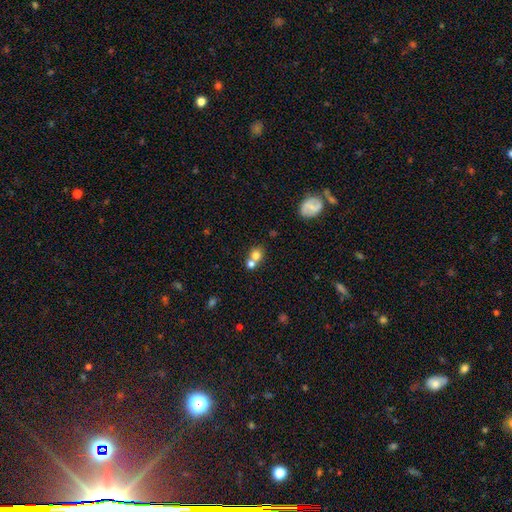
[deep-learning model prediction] Smooth or featured? Predicted: smooth (p=0.76). How rounded? Predicted: round (p=0.78). Merging? Predicted: merger (p=0.53).